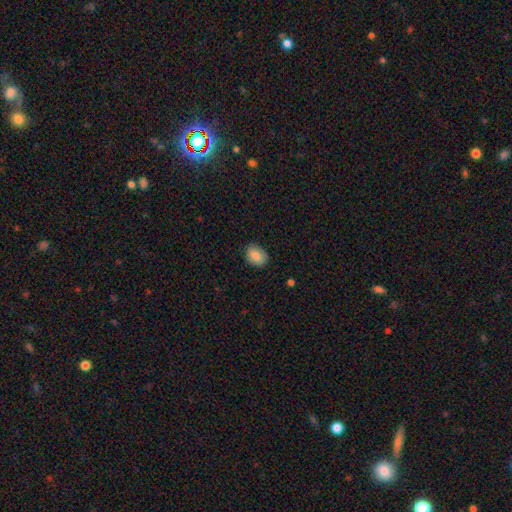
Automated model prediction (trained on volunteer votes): smooth-or-featured: smooth: 85% | star or artifact: 8% | featured or disk: 7%
  how-rounded: in between: 68% | round: 31% | cigar-shaped: 1%
  merging: none: 82% | minor disturbance: 14% | major disturbance: 3% | merger: 1%